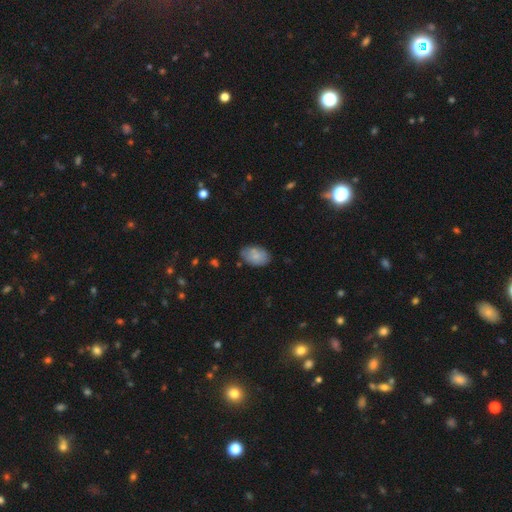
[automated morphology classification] smooth-or-featured: smooth: 79% | featured or disk: 14% | star or artifact: 7%
  how-rounded: in between: 89% | round: 10% | cigar-shaped: 1%
  merging: none: 73% | minor disturbance: 19% | major disturbance: 4% | merger: 4%